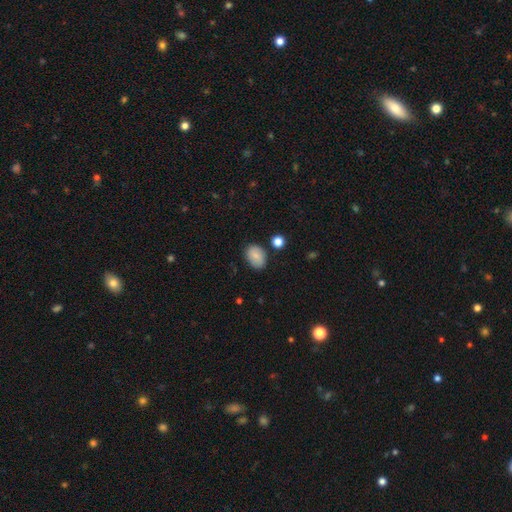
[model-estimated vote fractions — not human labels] Morphology: type=smooth (83%); roundness=in between (80%); merging=none (79%).